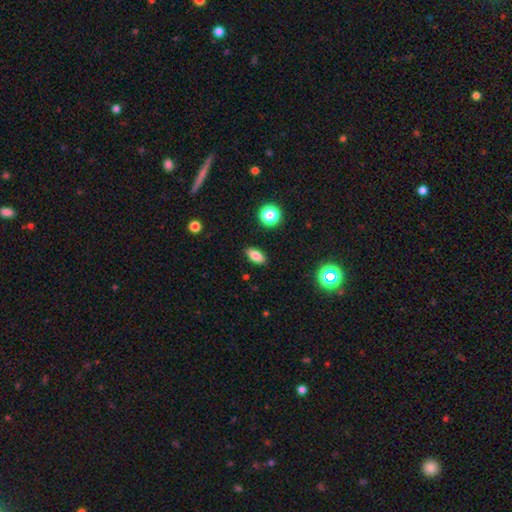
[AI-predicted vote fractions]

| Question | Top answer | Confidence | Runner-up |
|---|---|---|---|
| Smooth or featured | smooth | 81% | star or artifact (11%) |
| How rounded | in between | 84% | cigar-shaped (9%) |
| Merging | none | 89% | minor disturbance (8%) |